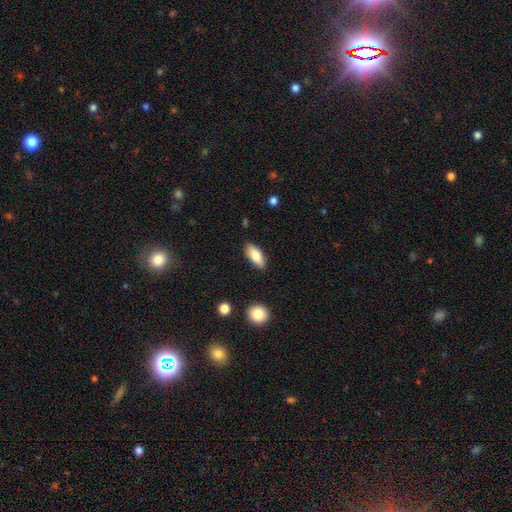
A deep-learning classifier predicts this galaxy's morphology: smooth_or_featured: smooth (p=0.82) [alt: featured or disk p=0.12]
how_rounded: in between (p=0.82) [alt: cigar-shaped p=0.16]
merging: none (p=0.86) [alt: minor disturbance p=0.10]